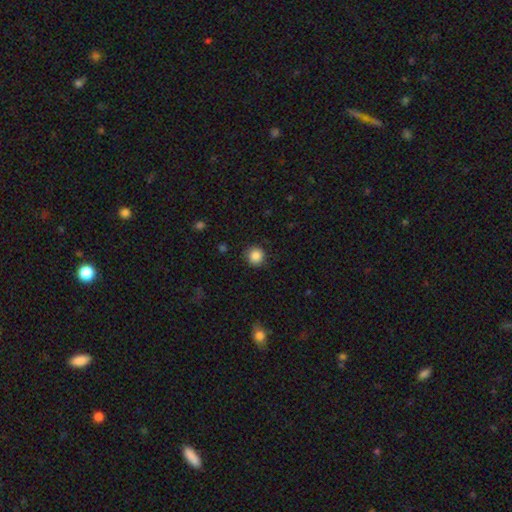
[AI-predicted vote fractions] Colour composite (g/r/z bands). It shows a smooth galaxy with no disk features (86%) that is round (94%). Merging: none (90%).